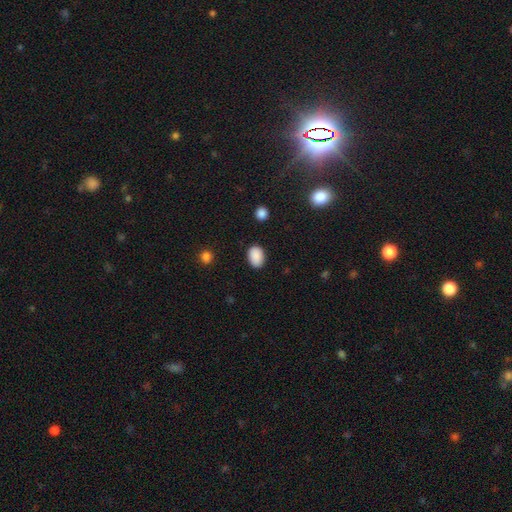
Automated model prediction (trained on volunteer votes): Smooth or featured? Predicted: smooth (p=0.90). How rounded? Predicted: in between (p=0.84). Merging? Predicted: none (p=0.86).